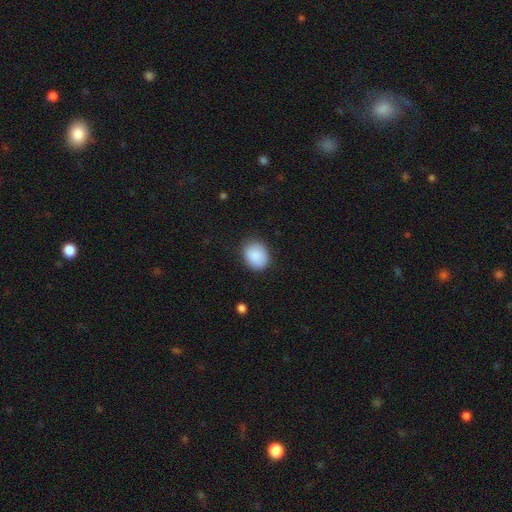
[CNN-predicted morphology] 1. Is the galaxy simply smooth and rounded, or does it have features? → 89% smooth, 7% star or artifact, 4% featured or disk.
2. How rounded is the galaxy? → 56% round, 43% in between, 1% cigar-shaped.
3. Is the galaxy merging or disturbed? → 83% none, 13% minor disturbance, 3% major disturbance, 1% merger.